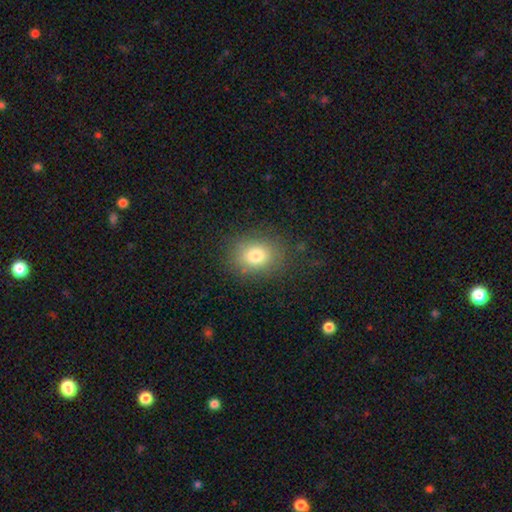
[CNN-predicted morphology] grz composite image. It shows a smooth galaxy with no disk features (79%) that is round (58%). Merging: none (82%).